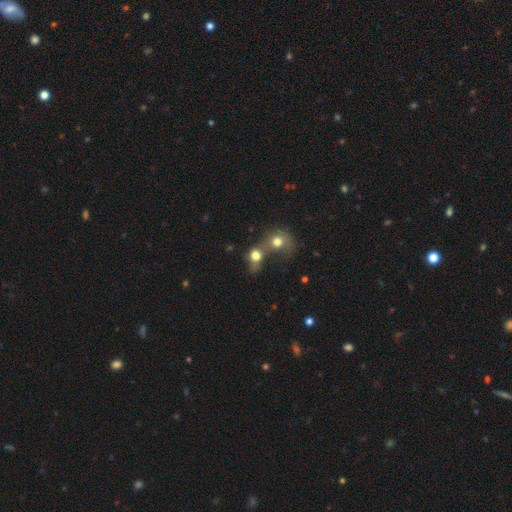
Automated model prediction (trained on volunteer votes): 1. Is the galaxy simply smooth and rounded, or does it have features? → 71% smooth, 16% featured or disk, 13% star or artifact.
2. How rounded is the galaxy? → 65% round, 33% in between, 2% cigar-shaped.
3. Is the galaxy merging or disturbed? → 68% merger, 17% none, 9% major disturbance, 6% minor disturbance.